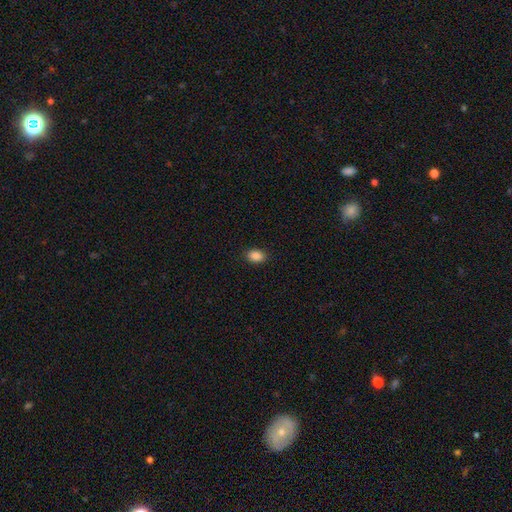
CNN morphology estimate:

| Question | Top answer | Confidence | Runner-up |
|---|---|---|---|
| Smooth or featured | smooth | 88% | star or artifact (9%) |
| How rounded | in between | 80% | round (18%) |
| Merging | none | 90% | minor disturbance (7%) |